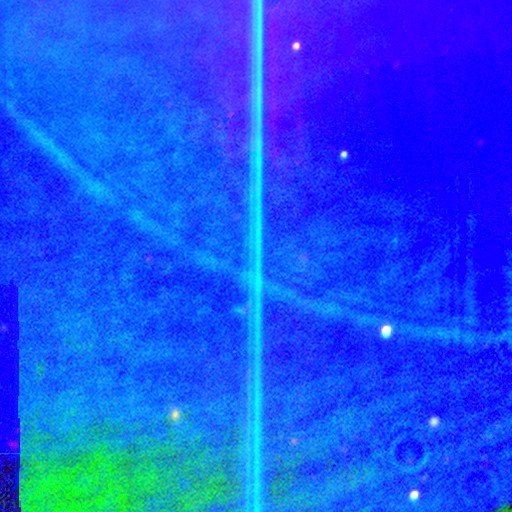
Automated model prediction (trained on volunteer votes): A star or artifact, not a galaxy (89%).

Vote fractions:
- Smooth or featured? star or artifact: 89% / featured or disk: 6% / smooth: 5%